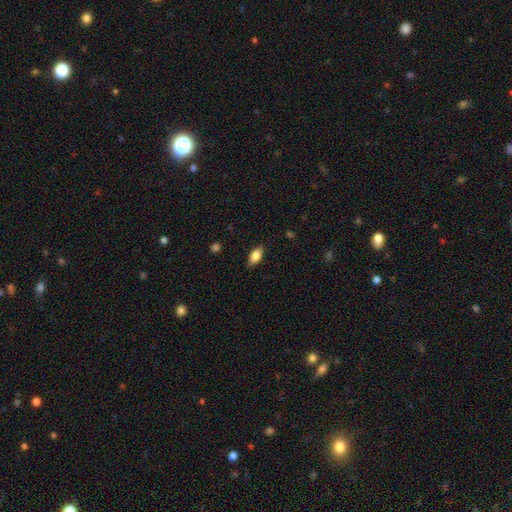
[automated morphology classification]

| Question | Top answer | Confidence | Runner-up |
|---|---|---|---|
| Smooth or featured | smooth | 81% | featured or disk (12%) |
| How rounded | in between | 88% | cigar-shaped (8%) |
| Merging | none | 86% | minor disturbance (11%) |